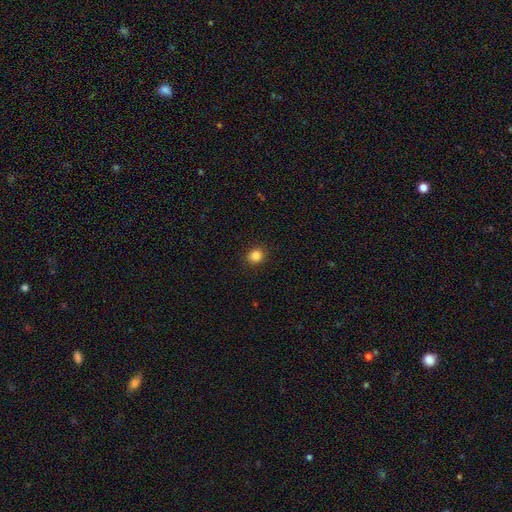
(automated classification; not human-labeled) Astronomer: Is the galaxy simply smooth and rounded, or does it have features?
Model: smooth — 84%.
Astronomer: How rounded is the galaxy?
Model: round — 81%.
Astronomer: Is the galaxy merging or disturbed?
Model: none — 91%.